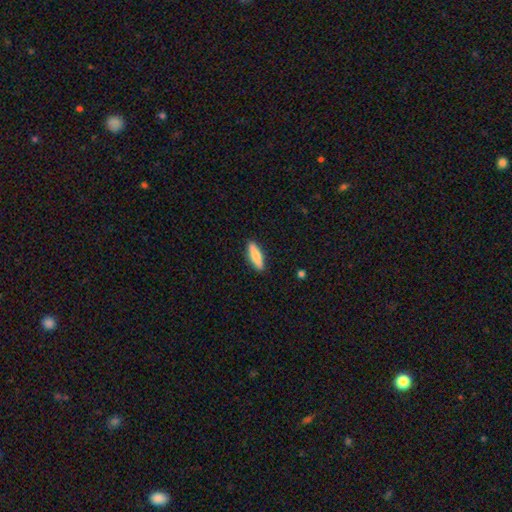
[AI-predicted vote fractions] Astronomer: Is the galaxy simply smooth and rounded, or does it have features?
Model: smooth — 75%.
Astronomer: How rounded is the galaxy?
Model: cigar-shaped — 65%.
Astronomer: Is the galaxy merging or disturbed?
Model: none — 90%.